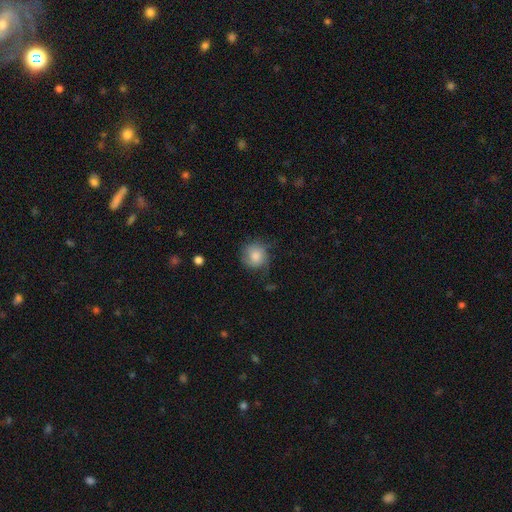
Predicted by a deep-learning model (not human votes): smooth 73%, featured or disk 19%, star or artifact 8%. Down the decision tree: how rounded — round (85%); merging — none (58%).